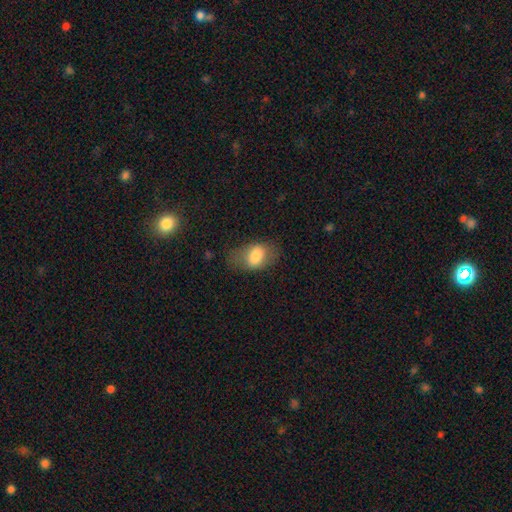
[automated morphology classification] Q: Smooth or featured?
A: smooth (73%); runner-up: featured or disk (19%)
Q: How rounded?
A: in between (87%); runner-up: round (11%)
Q: Merging?
A: none (65%); runner-up: minor disturbance (21%)